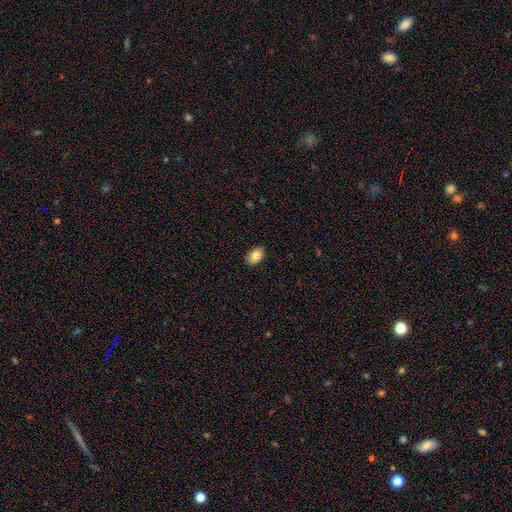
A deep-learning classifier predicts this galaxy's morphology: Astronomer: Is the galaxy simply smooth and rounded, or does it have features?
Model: smooth — 82%.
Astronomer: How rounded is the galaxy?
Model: in between — 86%.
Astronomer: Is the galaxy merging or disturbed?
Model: none — 87%.